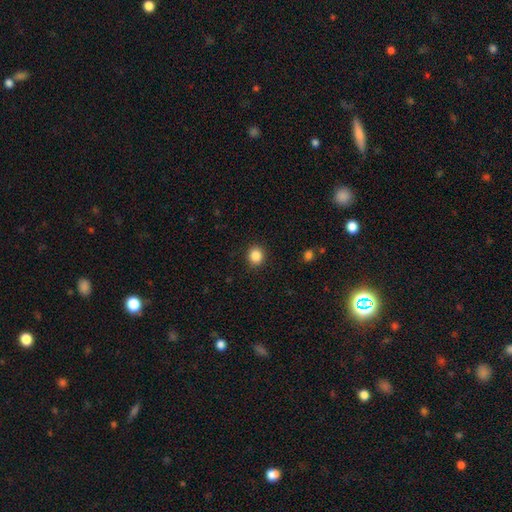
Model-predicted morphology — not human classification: Smooth or featured? Predicted: smooth (p=0.86). How rounded? Predicted: round (p=0.78). Merging? Predicted: none (p=0.91).